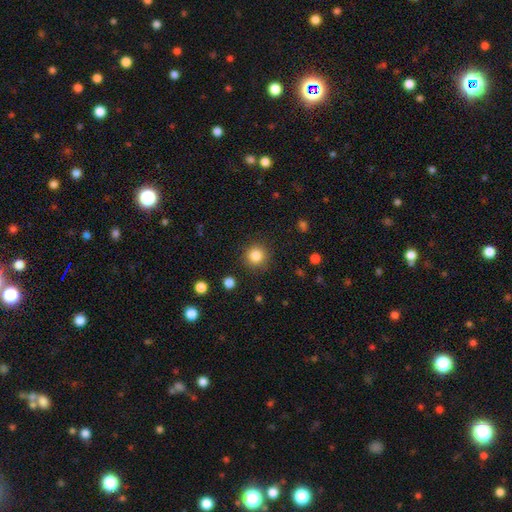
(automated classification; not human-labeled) Smooth or featured?
  - smooth: 85% *
  - star or artifact: 10%
  - featured or disk: 5%
How rounded?
  - round: 93% *
  - in between: 6%
  - cigar-shaped: 1%
Merging?
  - none: 89% *
  - minor disturbance: 7%
  - major disturbance: 3%
  - merger: 2%